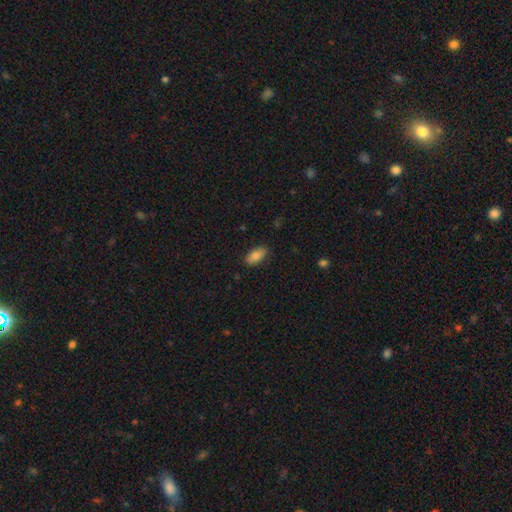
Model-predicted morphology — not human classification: This is clearly a smooth galaxy (83%). How rounded: clearly in between (92%). Merging: clearly none (85%).